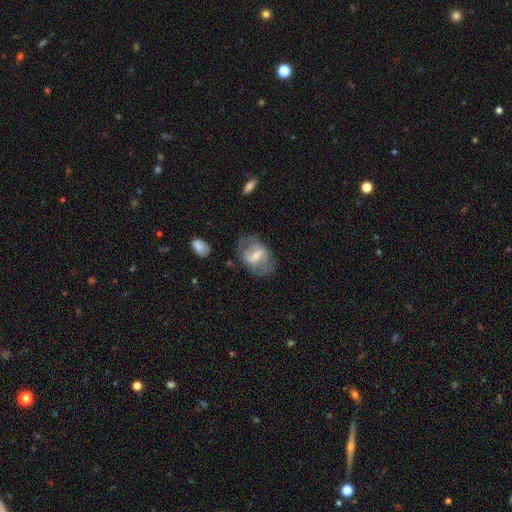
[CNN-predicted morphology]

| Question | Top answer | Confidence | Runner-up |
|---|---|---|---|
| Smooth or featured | featured or disk | 63% | smooth (30%) |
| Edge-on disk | no | 95% | yes (5%) |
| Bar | strong | 45% | weak (42%) |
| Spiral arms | yes | 65% | no (35%) |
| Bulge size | small | 44% | moderate (42%) |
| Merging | none | 65% | minor disturbance (20%) |